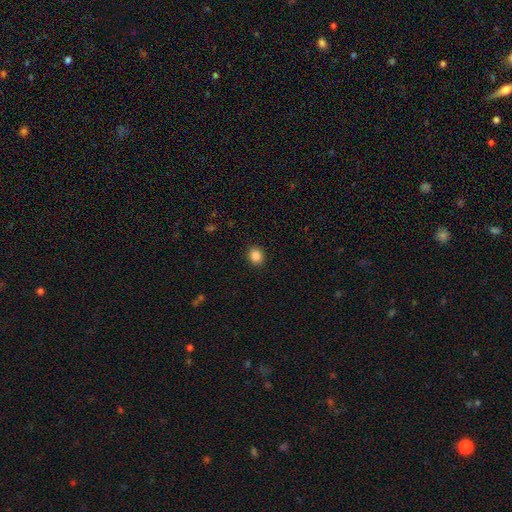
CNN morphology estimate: Smooth or featured: smooth — 86% (star or artifact — 10%)
How rounded: round — 66% (in between — 33%)
Merging: none — 91% (minor disturbance — 6%)